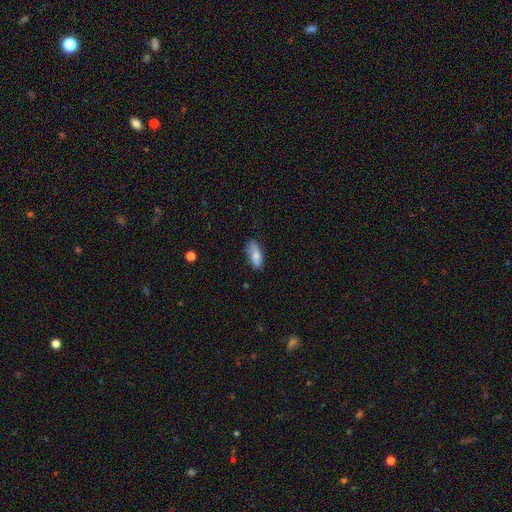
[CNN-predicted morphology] Q: Smooth or featured?
A: smooth (79%); runner-up: featured or disk (15%)
Q: How rounded?
A: in between (81%); runner-up: cigar-shaped (16%)
Q: Merging?
A: none (71%); runner-up: minor disturbance (23%)